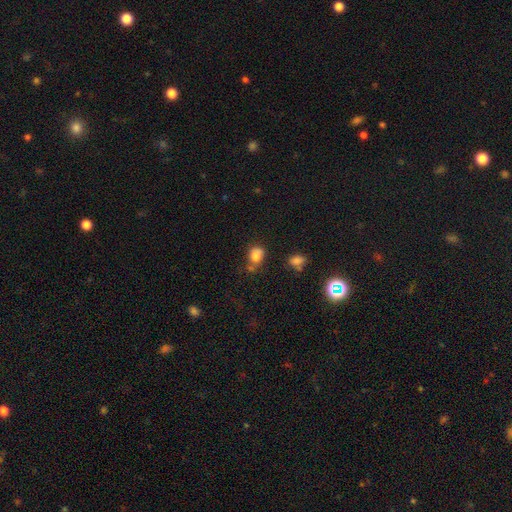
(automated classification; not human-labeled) Smooth or featured?
  - smooth: 76% *
  - star or artifact: 12%
  - featured or disk: 12%
How rounded?
  - in between: 50% *
  - round: 48%
  - cigar-shaped: 1%
Merging?
  - none: 44% *
  - minor disturbance: 28%
  - merger: 16%
  - major disturbance: 12%